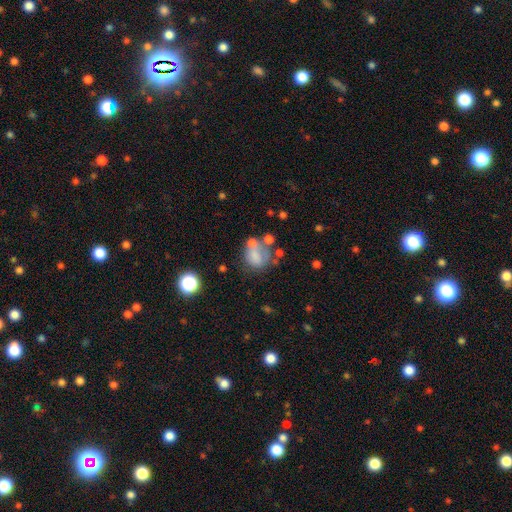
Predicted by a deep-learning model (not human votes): Morphology: type=smooth (58%); roundness=round (58%); merging=none (33%).